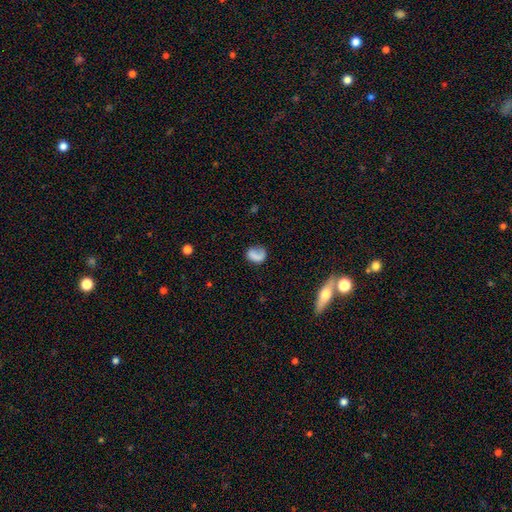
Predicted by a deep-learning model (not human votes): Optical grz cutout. It shows a smooth galaxy with no disk features (68%) that is in between round and cigar-shaped (52%). Merging: none (52%).